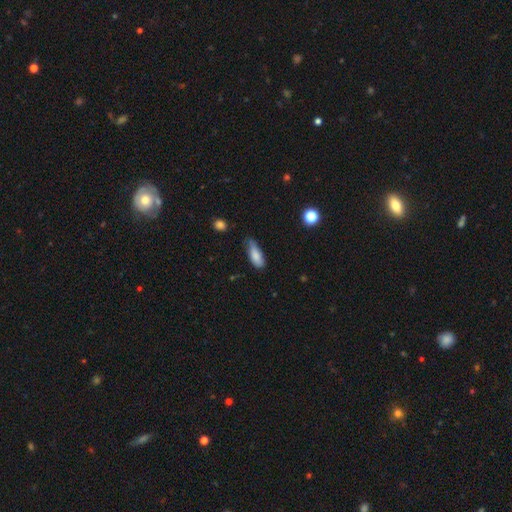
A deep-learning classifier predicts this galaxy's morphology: Smooth or featured? Predicted: smooth (p=0.82). How rounded? Predicted: in between (p=0.73). Merging? Predicted: none (p=0.49).